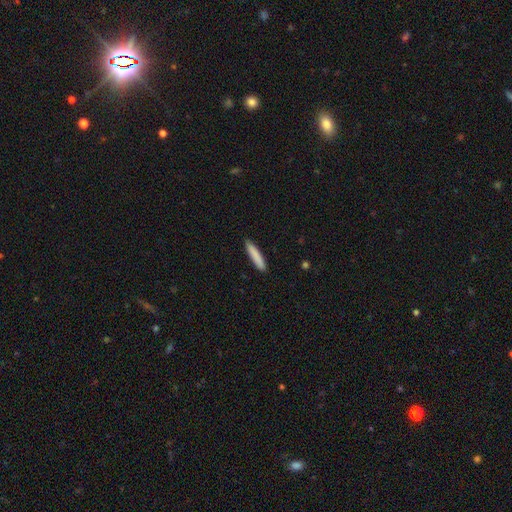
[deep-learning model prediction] Smooth or featured? Predicted: smooth (p=0.85). How rounded? Predicted: cigar-shaped (p=0.90). Merging? Predicted: none (p=0.89).